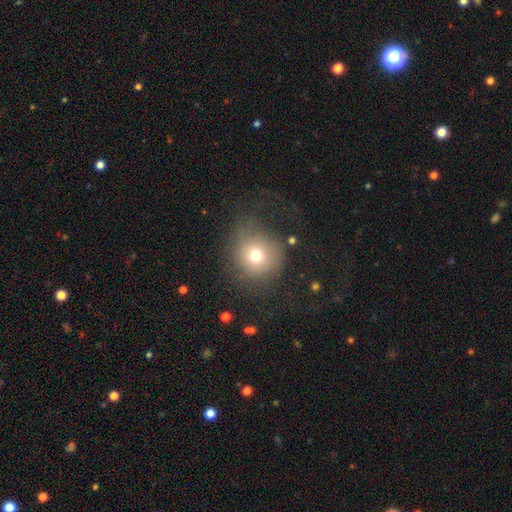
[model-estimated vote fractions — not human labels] Smooth or featured? Predicted: smooth (p=0.71). How rounded? Predicted: round (p=0.88). Merging? Predicted: none (p=0.60).